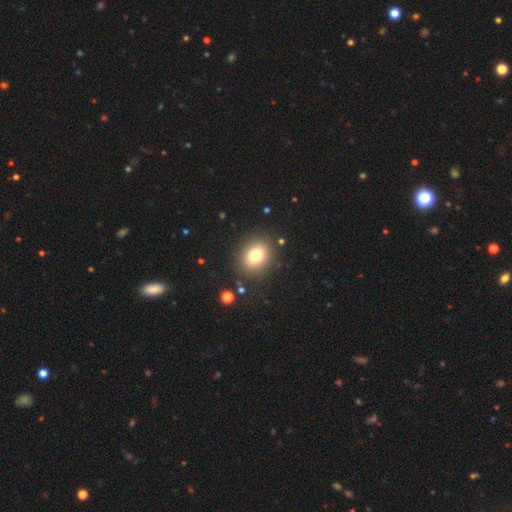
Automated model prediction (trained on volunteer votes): A smooth galaxy with no disk features (78%) that is round (51%). Merging: none (86%).